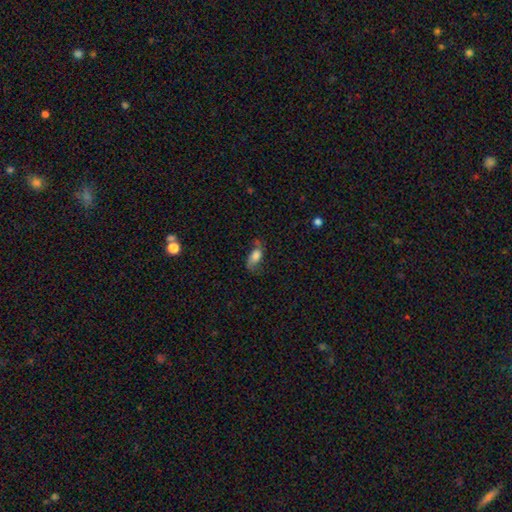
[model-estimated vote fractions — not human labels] A smooth galaxy with no disk features (54%) that is in between round and cigar-shaped (84%). Merging: none (51%).